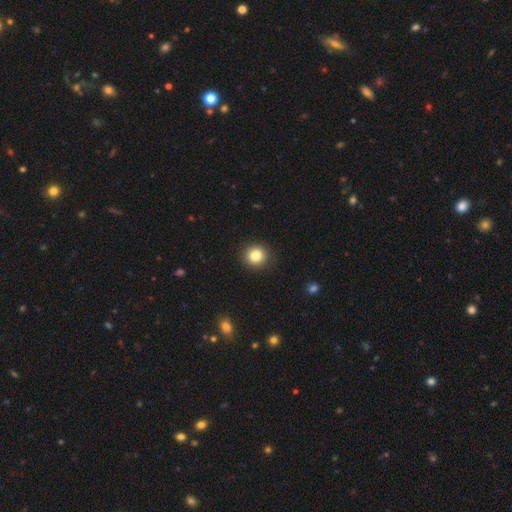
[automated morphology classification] Smooth or featured? Predicted: smooth (p=0.83). How rounded? Predicted: round (p=0.89). Merging? Predicted: none (p=0.91).